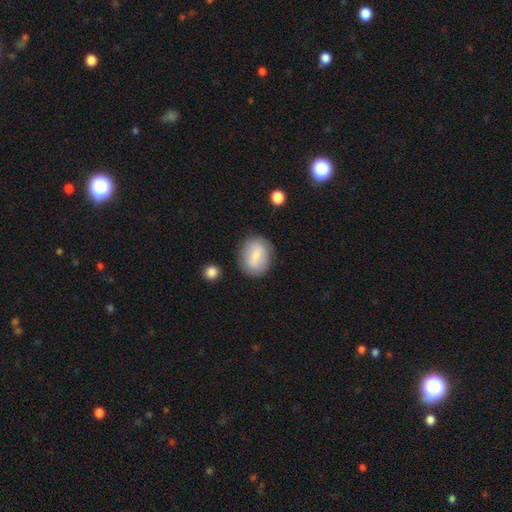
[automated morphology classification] This appears to be a smooth galaxy with no disk features (74%) that is in between round and cigar-shaped (60%). Merging: none (81%).